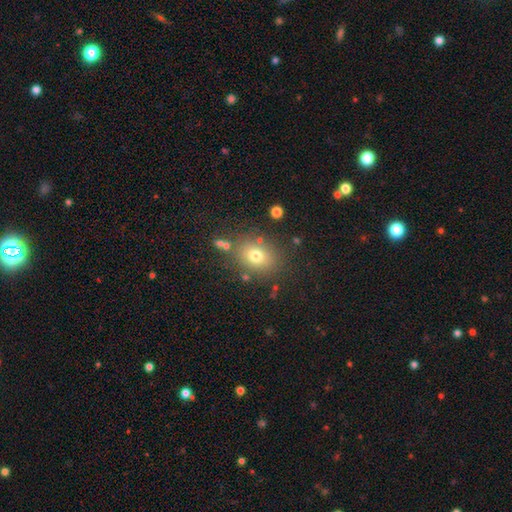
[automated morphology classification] Overall: smooth (73%). How rounded: round (51%; in between 48%). Merging: none (79%).